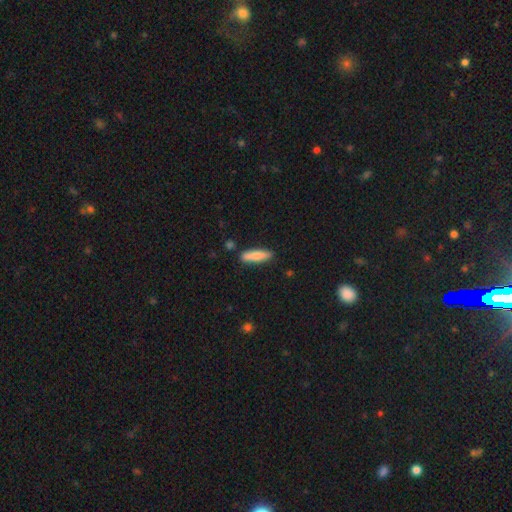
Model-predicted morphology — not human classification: type=smooth (80%); roundness=cigar-shaped (71%); merging=none (85%).